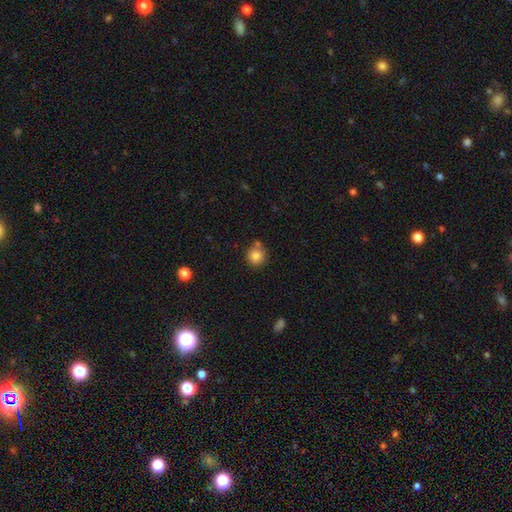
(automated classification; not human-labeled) Morphology: type=smooth (84%); roundness=round (88%); merging=none (69%).